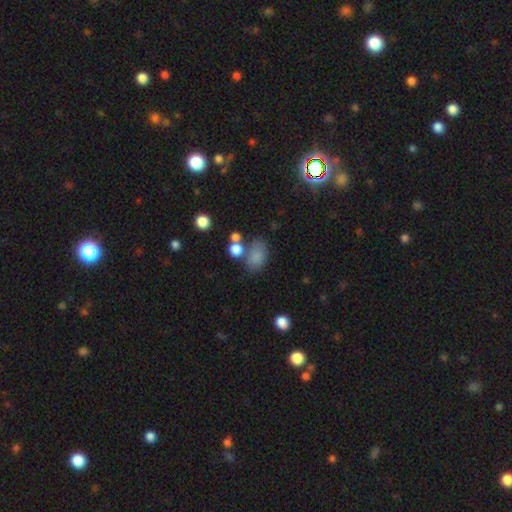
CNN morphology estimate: Smooth or featured? Predicted: smooth (p=0.80). How rounded? Predicted: in between (p=0.81). Merging? Predicted: none (p=0.55).